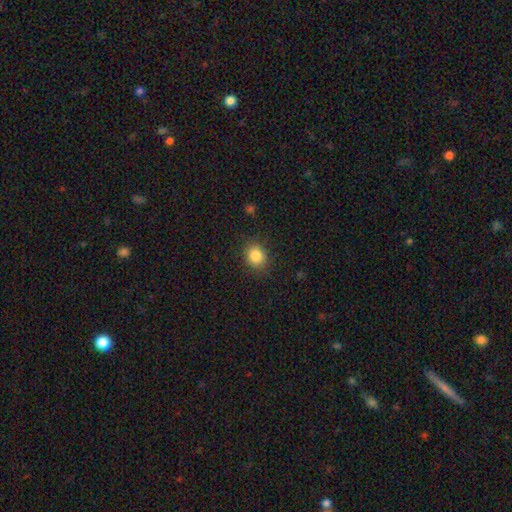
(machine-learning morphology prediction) Q: Smooth or featured?
A: smooth (84%); runner-up: star or artifact (10%)
Q: How rounded?
A: round (72%); runner-up: in between (27%)
Q: Merging?
A: none (87%); runner-up: minor disturbance (9%)